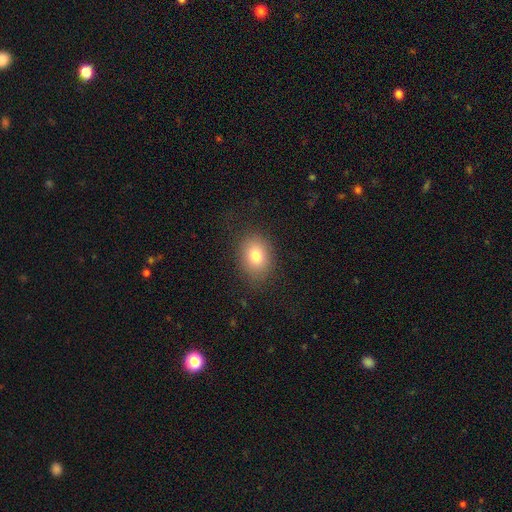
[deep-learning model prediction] Smooth or featured? smooth (79%)
How rounded? in between (62%)
Merging? none (82%)